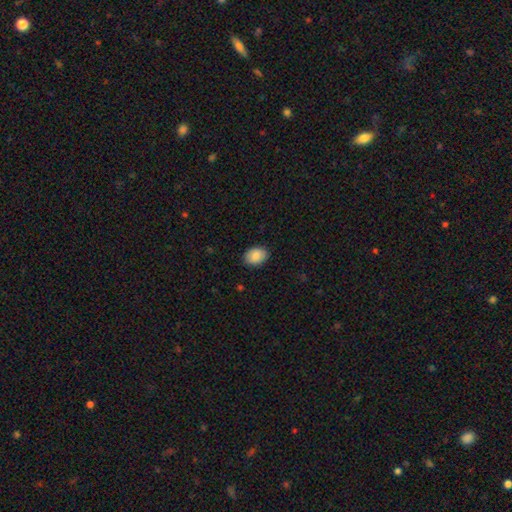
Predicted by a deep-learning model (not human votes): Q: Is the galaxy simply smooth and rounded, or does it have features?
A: smooth — 87%.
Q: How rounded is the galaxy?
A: in between — 79%.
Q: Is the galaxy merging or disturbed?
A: none — 88%.